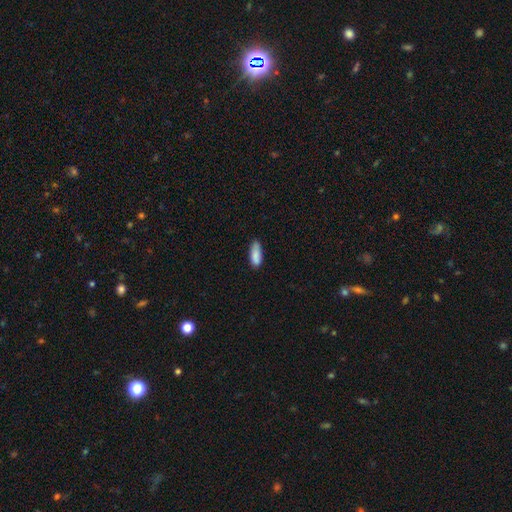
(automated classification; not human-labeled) This appears to be a smooth galaxy with no disk features (86%) that is in between round and cigar-shaped (71%). Merging: none (66%).